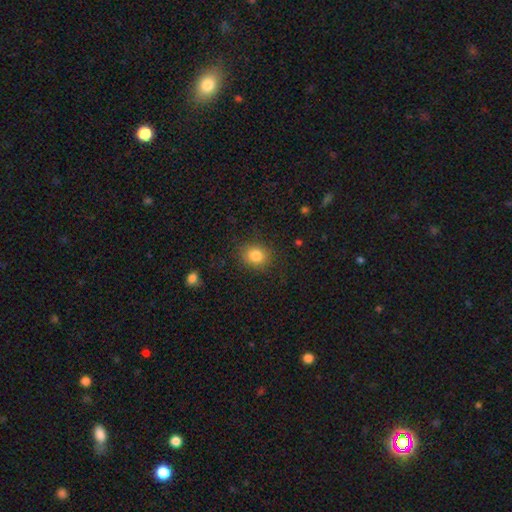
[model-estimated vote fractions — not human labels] smooth 83%, star or artifact 11%, featured or disk 6%. Down the decision tree: how rounded — round (69%); merging — none (86%).